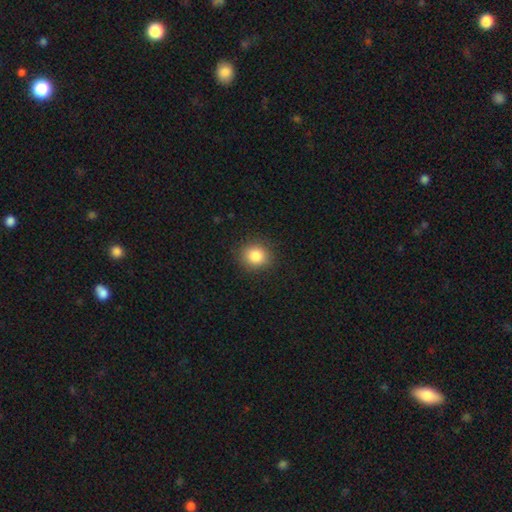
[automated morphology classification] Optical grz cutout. It shows a smooth galaxy with no disk features (84%) that is round (80%). Merging: none (89%).